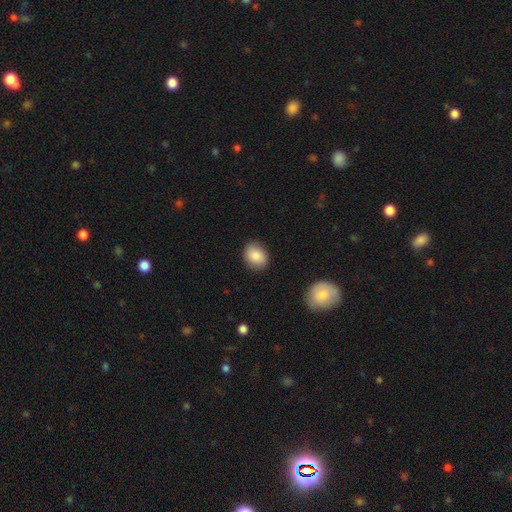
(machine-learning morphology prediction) Smooth or featured?
  - smooth: 86% *
  - star or artifact: 7%
  - featured or disk: 6%
How rounded?
  - in between: 57% *
  - round: 42%
  - cigar-shaped: 1%
Merging?
  - none: 85% *
  - minor disturbance: 11%
  - major disturbance: 2%
  - merger: 1%